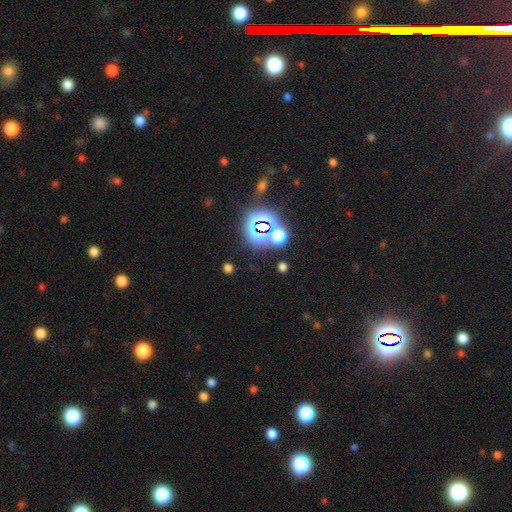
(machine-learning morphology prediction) A star or artifact, not a galaxy (76%).